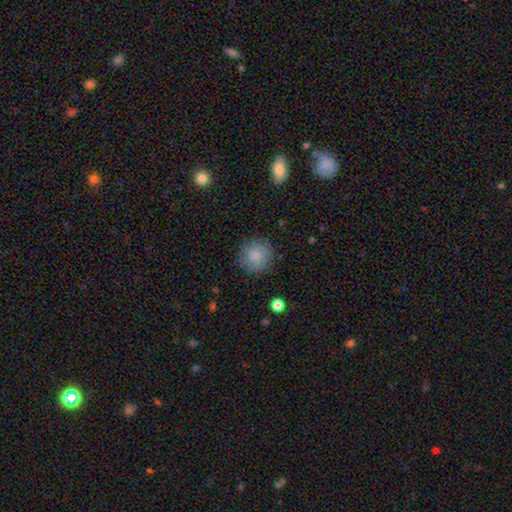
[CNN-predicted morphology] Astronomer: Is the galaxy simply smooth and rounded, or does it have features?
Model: smooth — 83%.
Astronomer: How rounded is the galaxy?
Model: round — 94%.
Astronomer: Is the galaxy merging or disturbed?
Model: none — 84%.